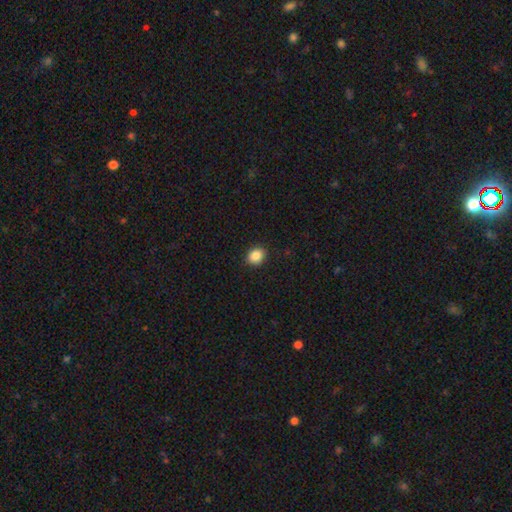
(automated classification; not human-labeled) Smooth or featured? Predicted: smooth (p=0.87). How rounded? Predicted: round (p=0.52). Merging? Predicted: none (p=0.90).